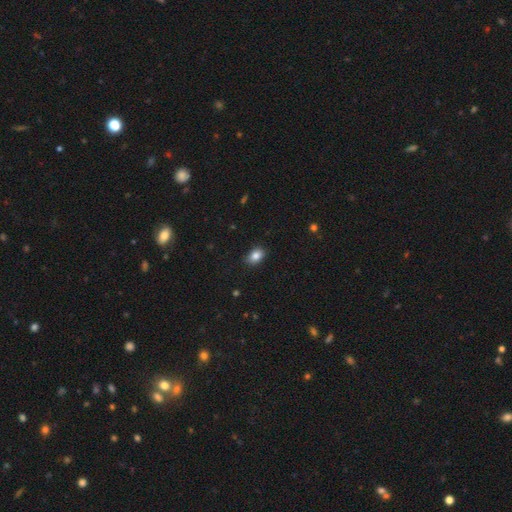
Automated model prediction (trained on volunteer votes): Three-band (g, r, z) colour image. It shows a smooth galaxy with no disk features (84%) that is in between round and cigar-shaped (77%). Merging: none (84%).